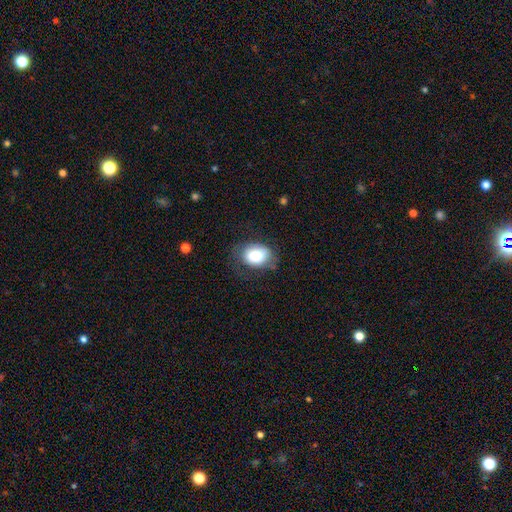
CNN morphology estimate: Q: Smooth or featured?
A: smooth (80%); runner-up: featured or disk (12%)
Q: How rounded?
A: in between (71%); runner-up: round (28%)
Q: Merging?
A: none (59%); runner-up: minor disturbance (27%)